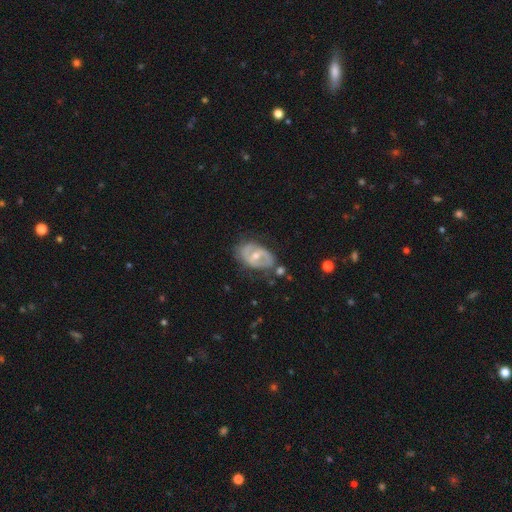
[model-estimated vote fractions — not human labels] Smooth or featured? featured or disk (73%)
Edge-on disk? no (95%)
Bar? weak (44%)
Spiral arms? yes (65%)
Bulge size? moderate (63%)
Merging? none (58%)